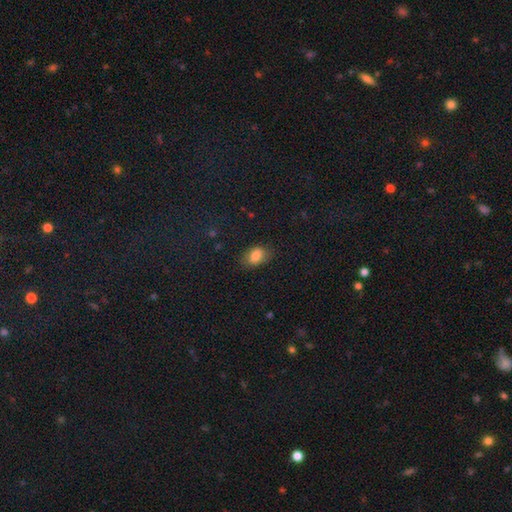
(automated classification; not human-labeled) Smooth or featured? Predicted: smooth (p=0.82). How rounded? Predicted: in between (p=0.87). Merging? Predicted: none (p=0.76).